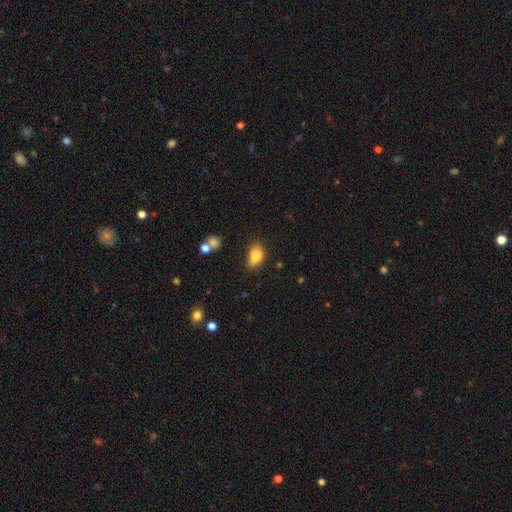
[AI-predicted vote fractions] Smooth or featured: smooth — 83% (star or artifact — 9%)
How rounded: in between — 85% (round — 12%)
Merging: none — 65% (minor disturbance — 26%)